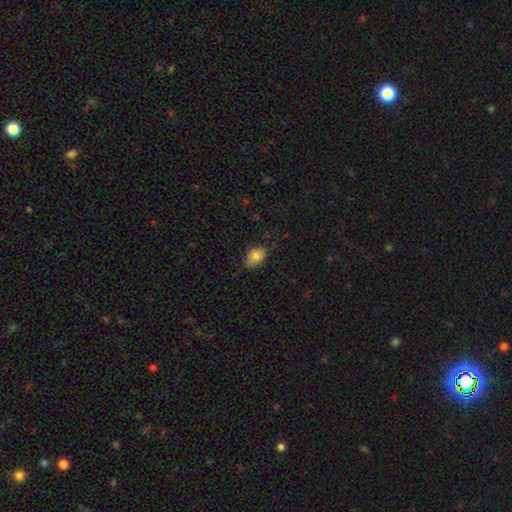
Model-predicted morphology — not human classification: smooth_or_featured: smooth (p=0.84) [alt: star or artifact p=0.08]
how_rounded: in between (p=0.77) [alt: round p=0.22]
merging: none (p=0.75) [alt: minor disturbance p=0.21]